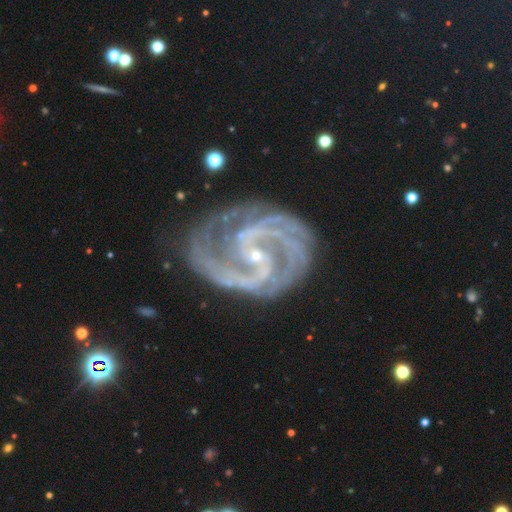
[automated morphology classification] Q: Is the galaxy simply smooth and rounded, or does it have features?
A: featured or disk — 92%.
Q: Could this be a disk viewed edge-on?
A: no — 98%.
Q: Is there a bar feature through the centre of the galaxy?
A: weak — 40%.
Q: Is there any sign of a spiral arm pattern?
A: yes — 99%.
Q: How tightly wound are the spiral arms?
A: medium — 48%.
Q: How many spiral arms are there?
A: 2 — 53%.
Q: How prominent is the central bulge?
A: small — 84%.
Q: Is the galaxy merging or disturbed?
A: none — 71%.